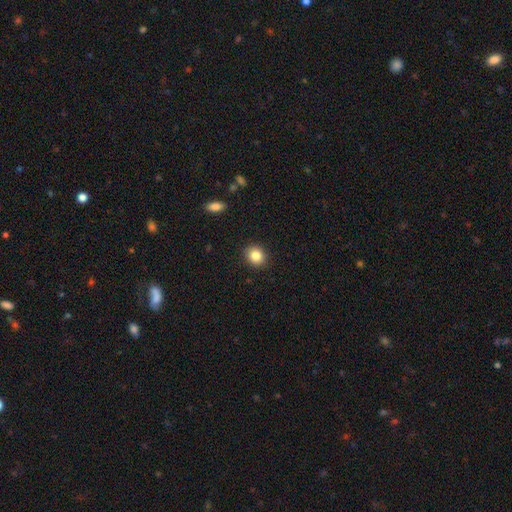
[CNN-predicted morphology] Q: Smooth or featured?
A: smooth (84%); runner-up: star or artifact (10%)
Q: How rounded?
A: round (71%); runner-up: in between (28%)
Q: Merging?
A: none (90%); runner-up: minor disturbance (7%)